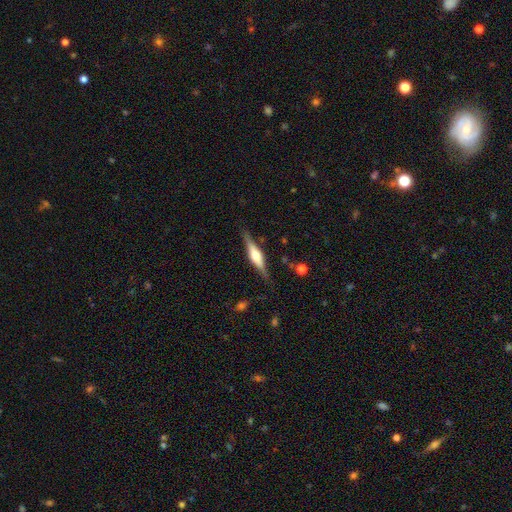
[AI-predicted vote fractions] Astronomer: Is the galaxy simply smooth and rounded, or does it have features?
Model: featured or disk — 71%.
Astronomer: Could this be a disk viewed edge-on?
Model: yes — 97%.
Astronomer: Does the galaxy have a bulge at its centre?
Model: rounded — 80%.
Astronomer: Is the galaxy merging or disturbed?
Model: none — 85%.